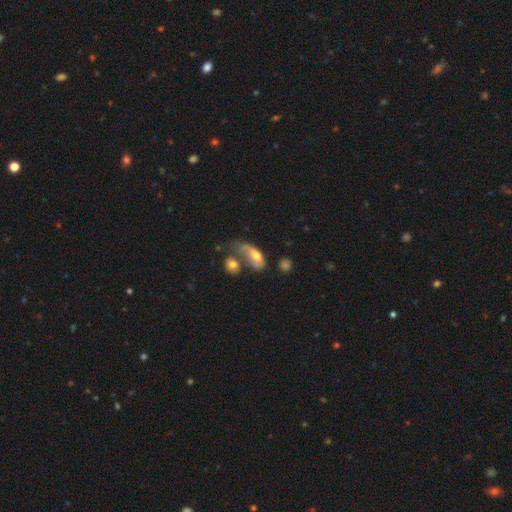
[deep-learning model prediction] smooth_or_featured: smooth (p=0.59) [alt: featured or disk p=0.33]
how_rounded: in between (p=0.82) [alt: cigar-shaped p=0.11]
merging: merger (p=0.32) [alt: major disturbance p=0.28]